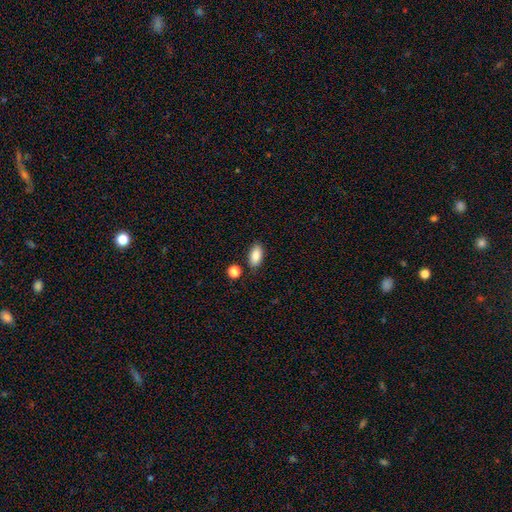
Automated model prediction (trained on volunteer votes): smooth 88%, star or artifact 7%, featured or disk 5%. Down the decision tree: how rounded — in between (91%); merging — none (84%).